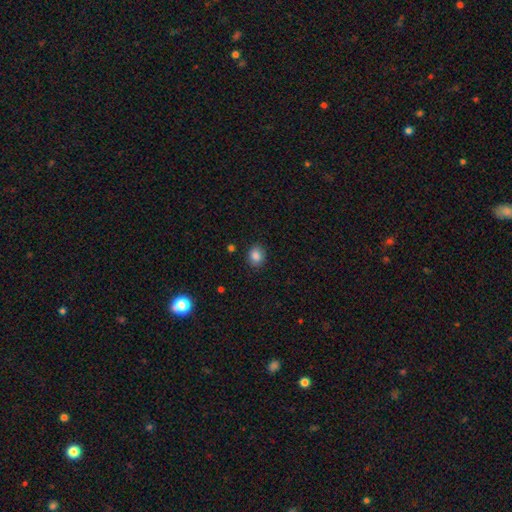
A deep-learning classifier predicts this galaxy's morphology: Smooth or featured: smooth — 86% (star or artifact — 10%)
How rounded: round — 66% (in between — 33%)
Merging: none — 88% (minor disturbance — 9%)